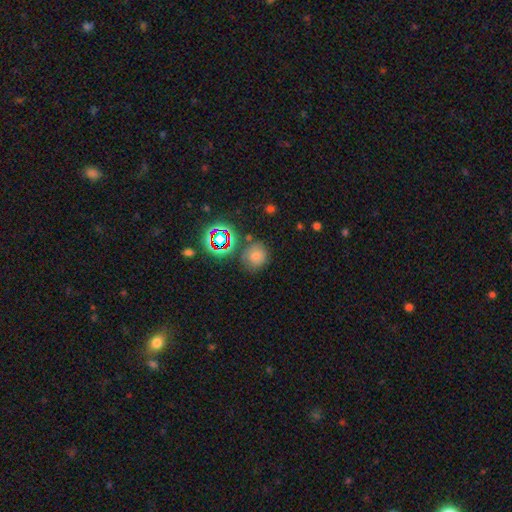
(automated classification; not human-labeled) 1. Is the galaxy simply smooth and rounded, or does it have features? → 66% smooth, 23% star or artifact, 11% featured or disk.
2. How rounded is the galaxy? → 85% round, 14% in between, 1% cigar-shaped.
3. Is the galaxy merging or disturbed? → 72% none, 15% minor disturbance, 8% merger, 6% major disturbance.